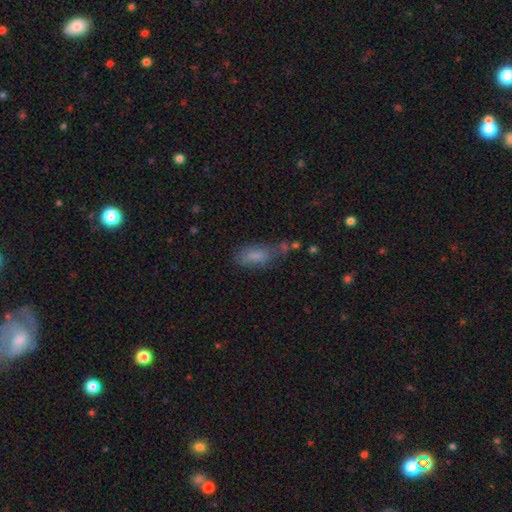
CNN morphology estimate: smooth 77%, featured or disk 13%, star or artifact 10%. Down the decision tree: how rounded — in between (80%); merging — none (48%).